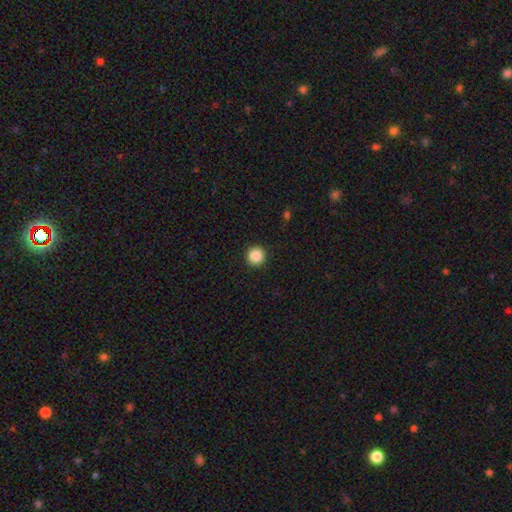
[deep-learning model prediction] smooth-or-featured: smooth: 88% | star or artifact: 9% | featured or disk: 3%
  how-rounded: round: 96% | in between: 3% | cigar-shaped: 1%
  merging: none: 93% | minor disturbance: 4% | major disturbance: 2% | merger: 1%